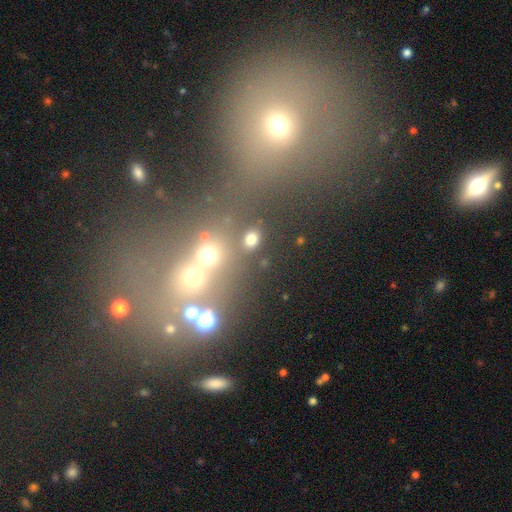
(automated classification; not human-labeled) Overall: smooth (43%; star or artifact 40%). Merging: merger (55%; none 30%).